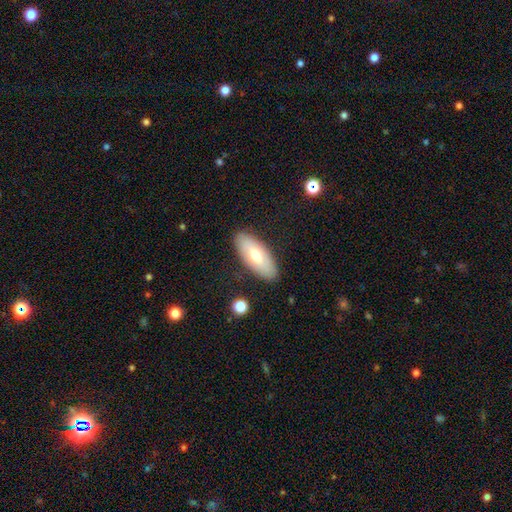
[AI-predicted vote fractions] smooth 62%, featured or disk 32%, star or artifact 6%. Down the decision tree: how rounded — in between (84%); merging — none (87%).